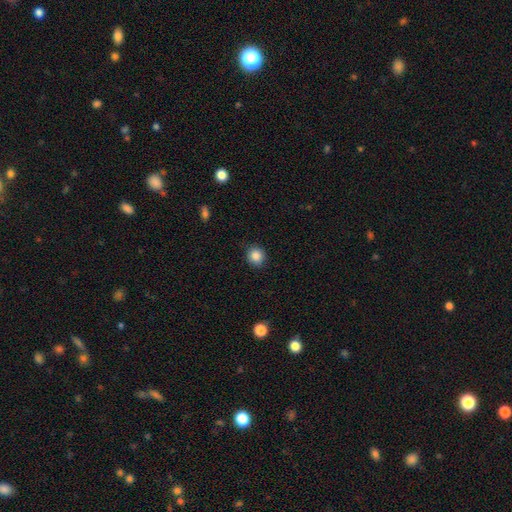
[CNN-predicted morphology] This is clearly a smooth galaxy (86%). How rounded: clearly round (87%). Merging: clearly none (85%).